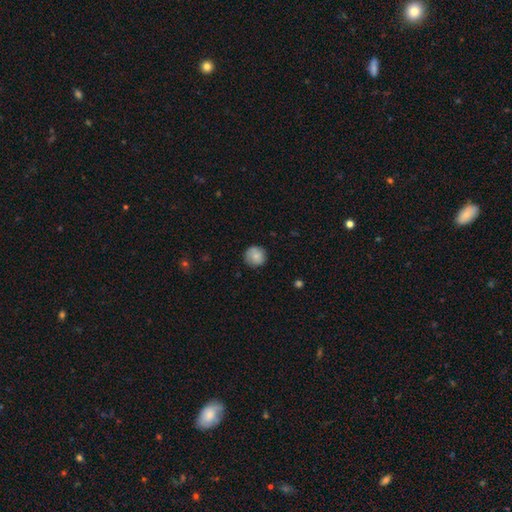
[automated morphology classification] The model was most divided on "smooth or featured": smooth: 82%, featured or disk: 11%, star or artifact: 8%. More confident: how rounded — round (93%); merging — none (84%).